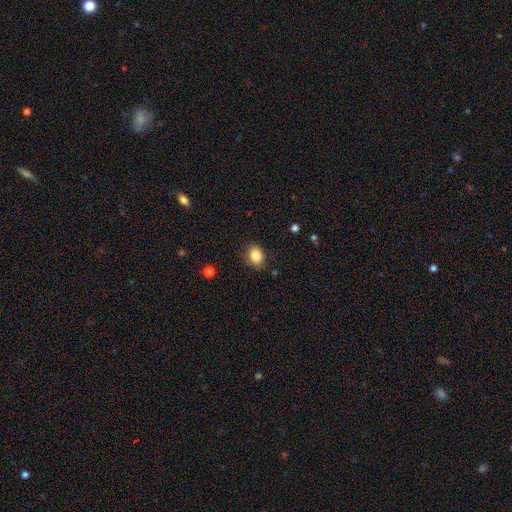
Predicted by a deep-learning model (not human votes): The model was most divided on "how rounded": in between: 55%, round: 44%, cigar-shaped: 1%. More confident: smooth or featured — smooth (85%); merging — none (82%).